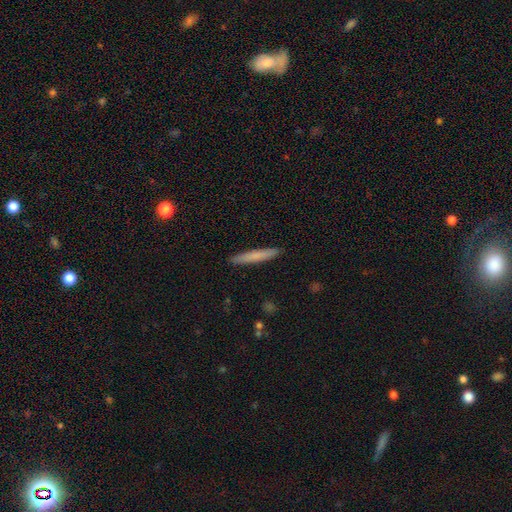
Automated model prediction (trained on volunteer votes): The model was most divided on "smooth or featured": smooth: 73%, featured or disk: 21%, star or artifact: 6%. More confident: how rounded — cigar-shaped (95%); merging — none (91%).